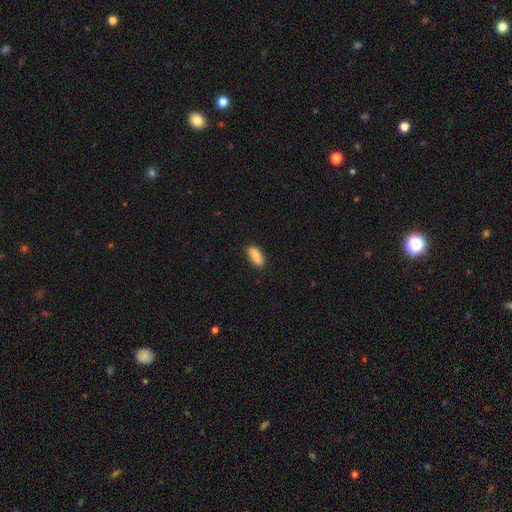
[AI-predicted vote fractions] smooth_or_featured: smooth (p=0.87) [alt: featured or disk p=0.07]
how_rounded: in between (p=0.85) [alt: cigar-shaped p=0.13]
merging: none (p=0.87) [alt: minor disturbance p=0.10]